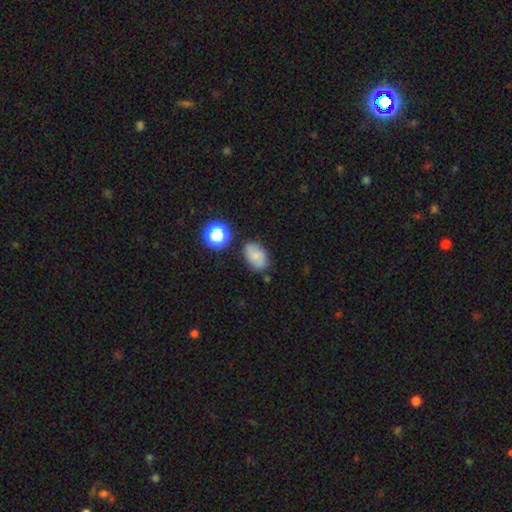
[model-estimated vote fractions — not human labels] smooth 76%, featured or disk 12%, star or artifact 12%. Down the decision tree: how rounded — in between (85%); merging — none (74%).